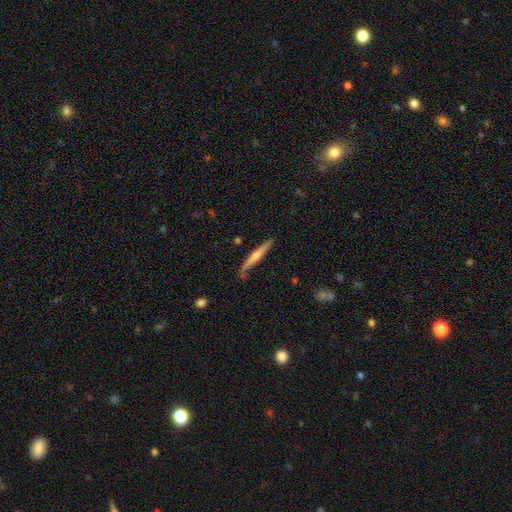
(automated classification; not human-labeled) smooth_or_featured: featured or disk (p=0.62) [alt: smooth p=0.33]
disk_edge_on: yes (p=0.96) [alt: no p=0.04]
edge_on_bulge: rounded (p=0.73) [alt: none p=0.19]
merging: none (p=0.79) [alt: minor disturbance p=0.16]